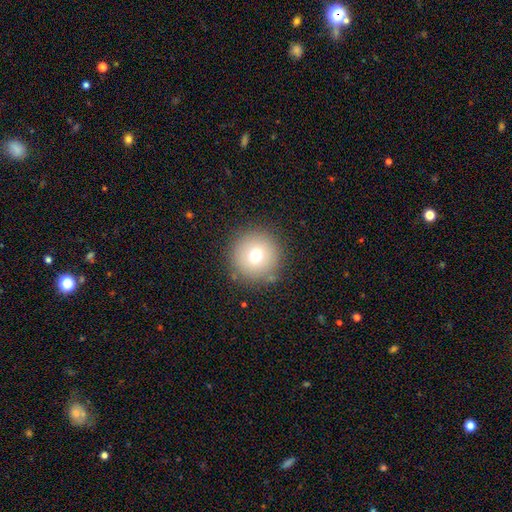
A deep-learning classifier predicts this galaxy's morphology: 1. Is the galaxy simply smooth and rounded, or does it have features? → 72% smooth, 15% featured or disk, 14% star or artifact.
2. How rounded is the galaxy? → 96% round, 3% in between, 1% cigar-shaped.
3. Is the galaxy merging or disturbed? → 87% none, 7% minor disturbance, 3% major disturbance, 2% merger.